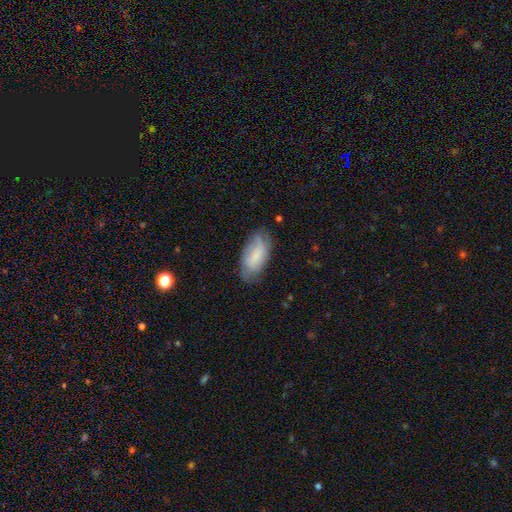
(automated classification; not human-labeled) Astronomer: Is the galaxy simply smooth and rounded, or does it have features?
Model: smooth — 60%.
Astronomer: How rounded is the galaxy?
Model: in between — 91%.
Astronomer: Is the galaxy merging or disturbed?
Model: none — 67%.